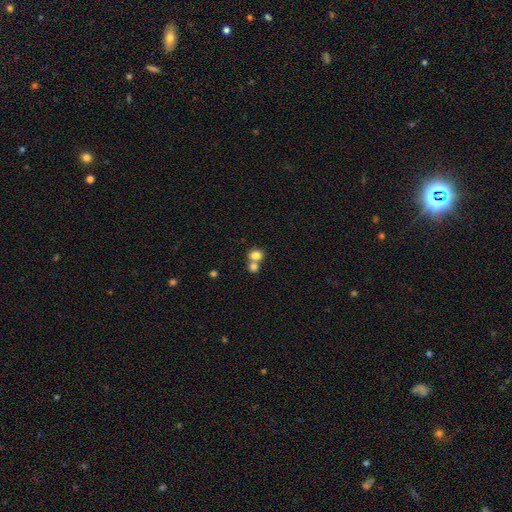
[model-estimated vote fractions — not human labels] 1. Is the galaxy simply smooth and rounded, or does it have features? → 80% smooth, 10% star or artifact, 10% featured or disk.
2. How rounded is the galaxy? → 63% round, 36% in between, 1% cigar-shaped.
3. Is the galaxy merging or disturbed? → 53% merger, 38% none, 7% minor disturbance, 3% major disturbance.